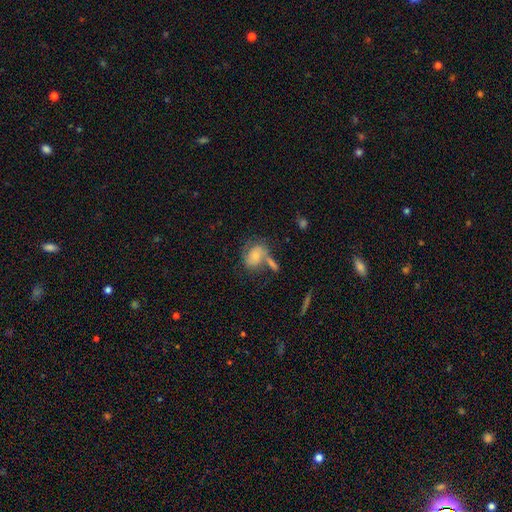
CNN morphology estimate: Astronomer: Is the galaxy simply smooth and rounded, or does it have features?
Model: smooth — 57% (runner-up: featured or disk, 34%).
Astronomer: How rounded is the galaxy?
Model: in between — 71%.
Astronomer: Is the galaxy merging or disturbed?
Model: none — 38% (runner-up: merger, 29%).